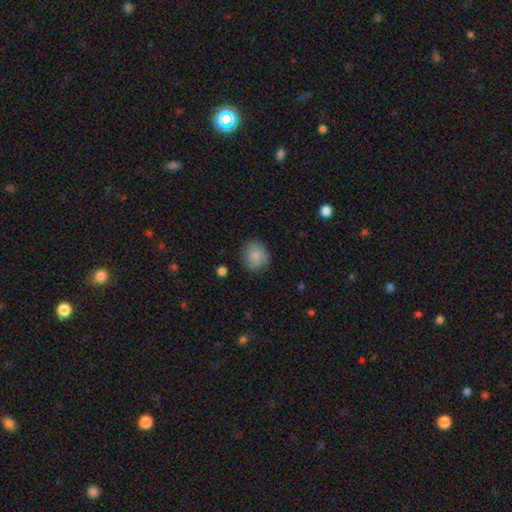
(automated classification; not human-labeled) This appears to be a smooth galaxy with no disk features (85%) that is round (76%). Merging: none (81%).